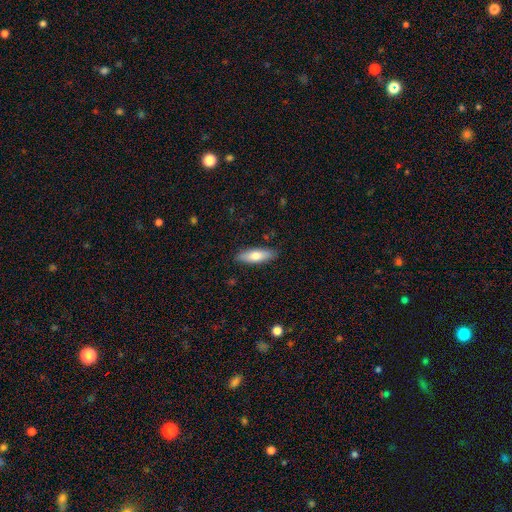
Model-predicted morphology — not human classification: Q: Smooth or featured?
A: smooth (72%); runner-up: featured or disk (23%)
Q: How rounded?
A: in between (55%); runner-up: cigar-shaped (43%)
Q: Merging?
A: none (88%); runner-up: minor disturbance (9%)